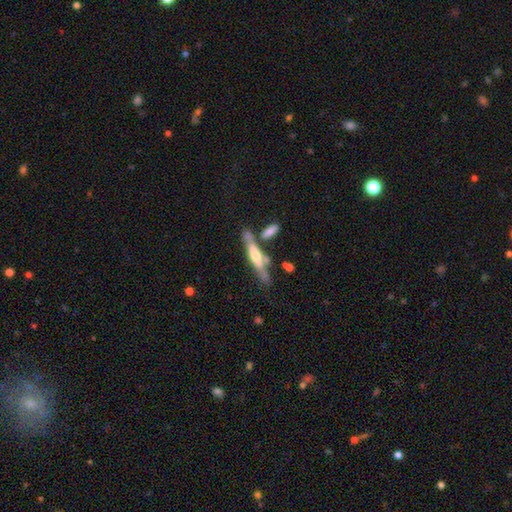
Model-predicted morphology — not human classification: A featured or disk galaxy (61%) viewed edge-on (84%) with a rounded central bulge (75%).

Vote fractions:
- Smooth or featured? featured or disk: 61% / smooth: 32% / star or artifact: 7%
- Edge-on disk? yes: 84% / no: 16%
- Edge-on bulge? rounded: 75% / boxy: 13% / none: 12%
- Merging? none: 57% / merger: 20% / minor disturbance: 17% / major disturbance: 6%